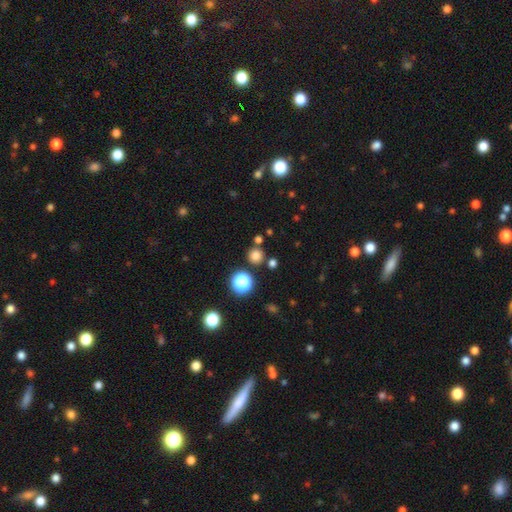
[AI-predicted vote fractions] Overall: smooth (76%). How rounded: round (94%). Merging: none (83%).